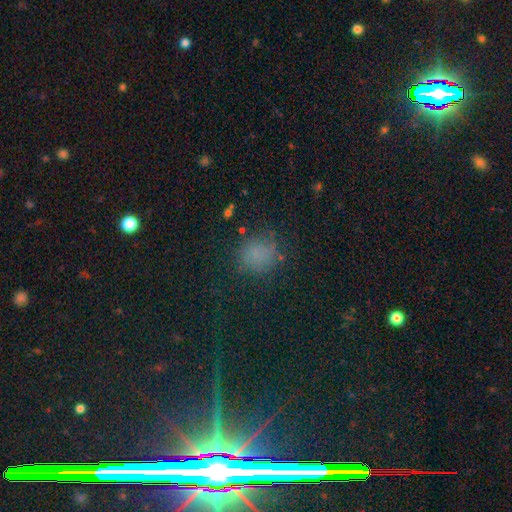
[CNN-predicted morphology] Smooth or featured: smooth — 72% (star or artifact — 20%)
How rounded: round — 77% (in between — 22%)
Merging: none — 73% (minor disturbance — 17%)